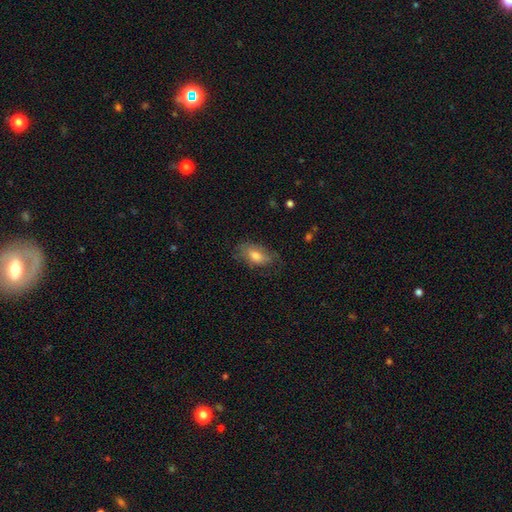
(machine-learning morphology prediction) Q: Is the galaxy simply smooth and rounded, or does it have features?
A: smooth — 68%.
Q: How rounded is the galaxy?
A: in between — 89%.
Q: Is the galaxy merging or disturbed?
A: none — 64%.